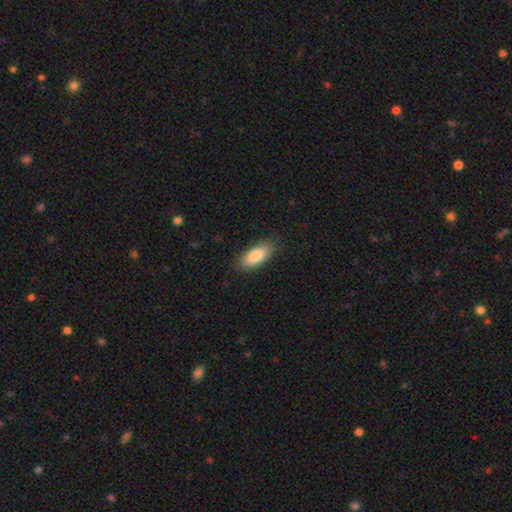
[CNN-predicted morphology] This appears to be a smooth galaxy with no disk features (84%) that is in between round and cigar-shaped (83%). Merging: none (84%).